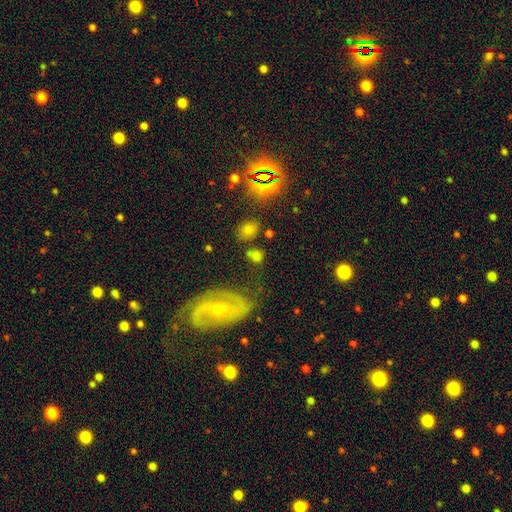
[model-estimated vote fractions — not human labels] smooth 63%, featured or disk 20%, star or artifact 17%. Down the decision tree: how rounded — in between (52%); merging — none (61%).